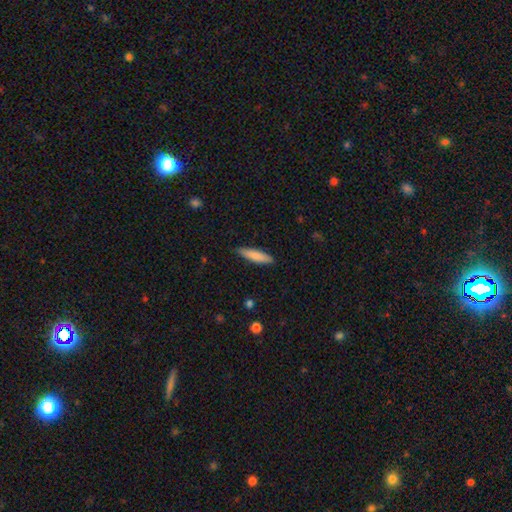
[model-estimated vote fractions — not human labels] smooth-or-featured: smooth: 82% | featured or disk: 13% | star or artifact: 5%
  how-rounded: cigar-shaped: 77% | in between: 21% | round: 1%
  merging: none: 86% | minor disturbance: 11% | major disturbance: 2% | merger: 1%